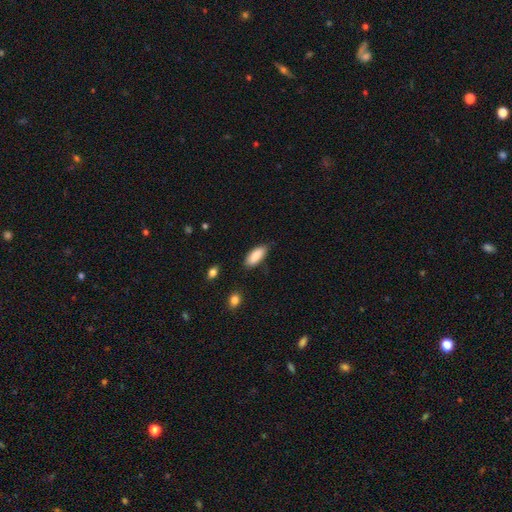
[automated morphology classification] smooth_or_featured: smooth (p=0.86) [alt: featured or disk p=0.08]
how_rounded: in between (p=0.84) [alt: cigar-shaped p=0.14]
merging: none (p=0.80) [alt: minor disturbance p=0.15]